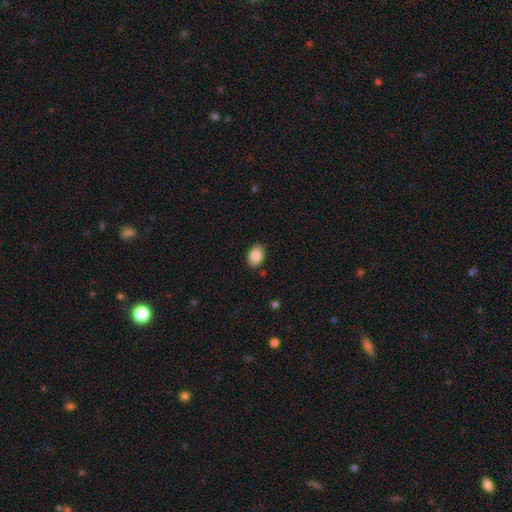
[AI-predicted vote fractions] Smooth or featured? smooth (88%)
How rounded? in between (79%)
Merging? none (86%)